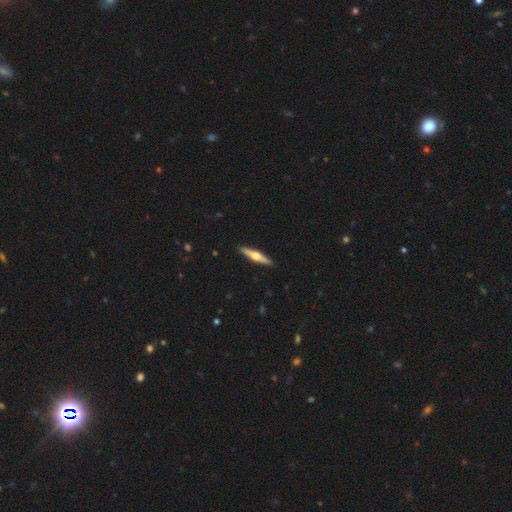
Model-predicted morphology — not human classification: The model was most divided on "smooth or featured": featured or disk: 67%, smooth: 28%, star or artifact: 5%. More confident: edge-on disk — yes (97%); edge-on bulge — rounded (95%); merging — none (91%).